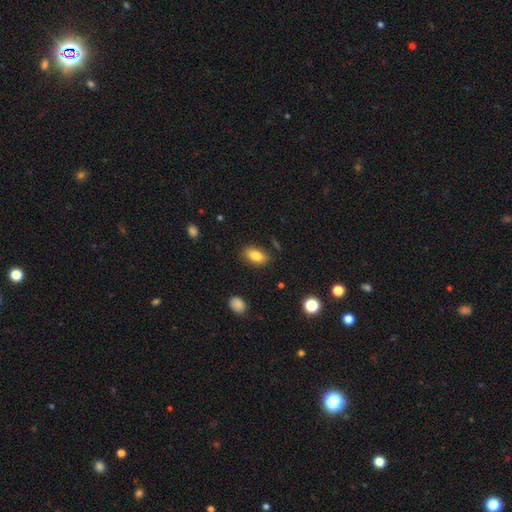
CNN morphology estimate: smooth 82%, featured or disk 10%, star or artifact 8%. Down the decision tree: how rounded — in between (90%); merging — none (85%).